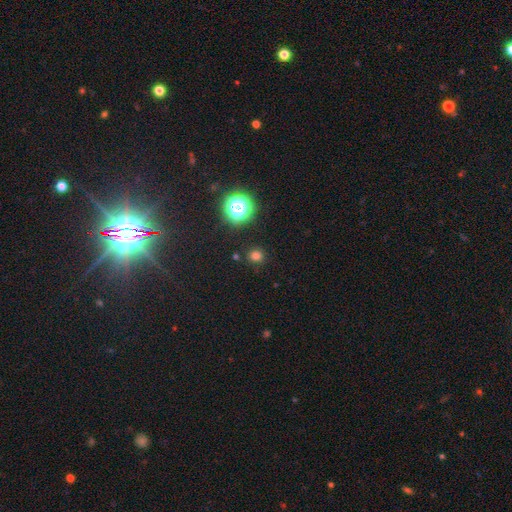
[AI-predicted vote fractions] This appears to be a smooth galaxy with no disk features (72%) that is round (84%). Merging: none (86%).